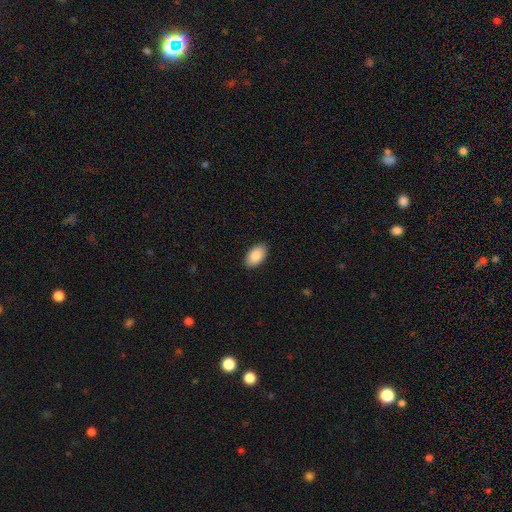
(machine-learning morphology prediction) This appears to be a smooth galaxy with no disk features (89%) that is in between round and cigar-shaped (95%). Merging: none (89%).